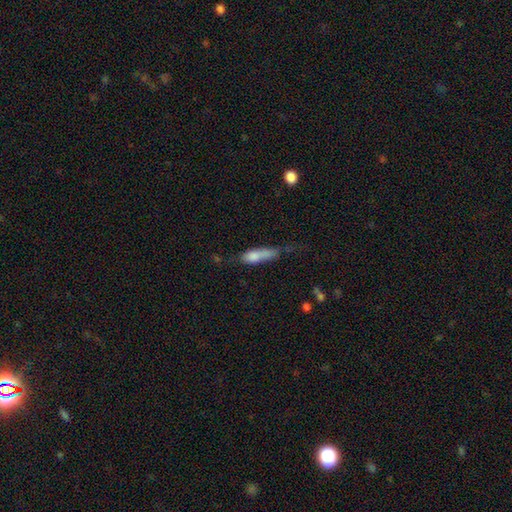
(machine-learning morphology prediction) Overall: smooth (74%). How rounded: cigar-shaped (51%; in between 45%). Merging: minor disturbance (32%; none 31%).